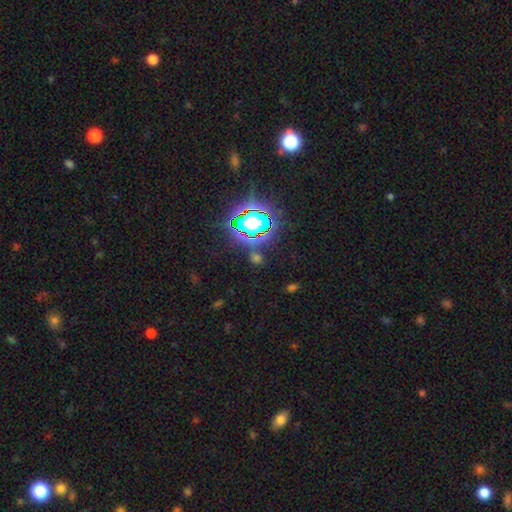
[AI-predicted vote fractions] A star or artifact, not a galaxy (67%).